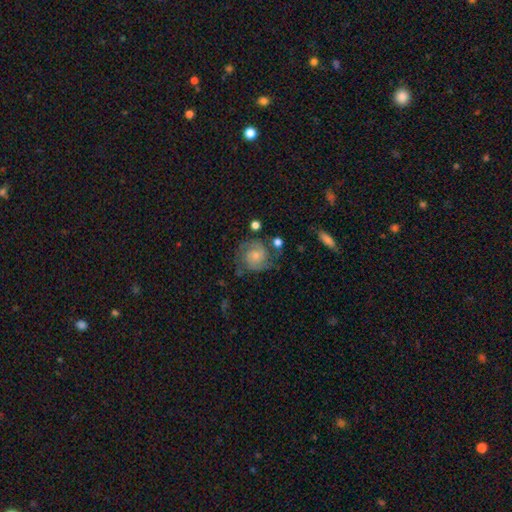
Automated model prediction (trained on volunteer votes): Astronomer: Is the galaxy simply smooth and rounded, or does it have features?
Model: featured or disk — 70%.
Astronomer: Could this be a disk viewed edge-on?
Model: no — 98%.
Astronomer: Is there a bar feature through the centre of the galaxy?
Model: no — 70%.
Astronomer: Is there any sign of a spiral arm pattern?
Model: yes — 93%.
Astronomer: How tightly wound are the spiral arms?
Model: tight — 45% (runner-up: medium, 41%).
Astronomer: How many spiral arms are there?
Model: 2 — 73%.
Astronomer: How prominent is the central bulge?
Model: small — 54% (runner-up: moderate, 34%).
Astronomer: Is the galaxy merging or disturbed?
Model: none — 64%.